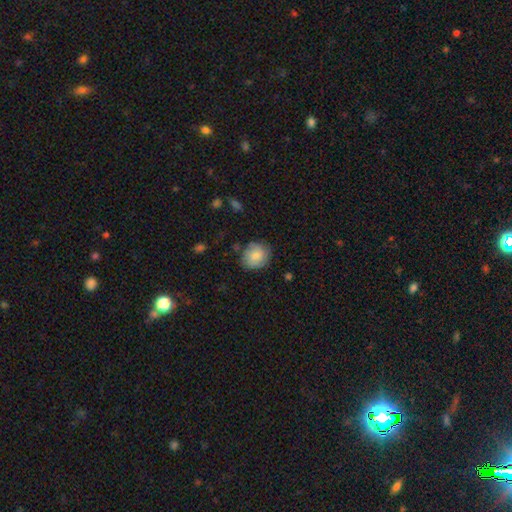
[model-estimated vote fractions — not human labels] Smooth or featured?
  - smooth: 80% *
  - featured or disk: 13%
  - star or artifact: 8%
How rounded?
  - round: 79% *
  - in between: 20%
  - cigar-shaped: 1%
Merging?
  - none: 79% *
  - minor disturbance: 16%
  - major disturbance: 3%
  - merger: 2%